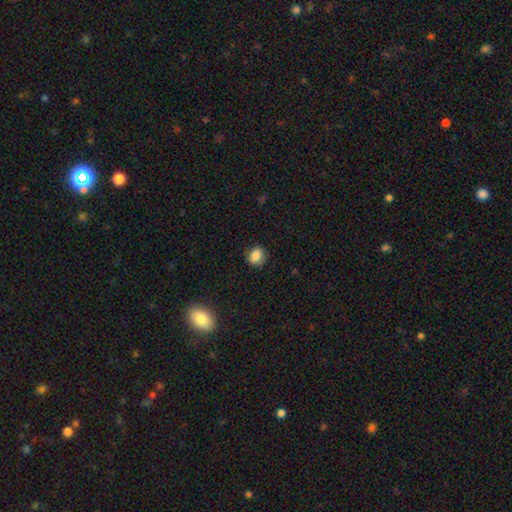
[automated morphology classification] A smooth galaxy with no disk features (84%) that is round (55%).

Vote fractions:
- Smooth or featured? smooth: 84% / star or artifact: 9% / featured or disk: 7%
- How rounded? round: 55% / in between: 43% / cigar-shaped: 1%
- Merging? none: 82% / minor disturbance: 13% / major disturbance: 3% / merger: 1%